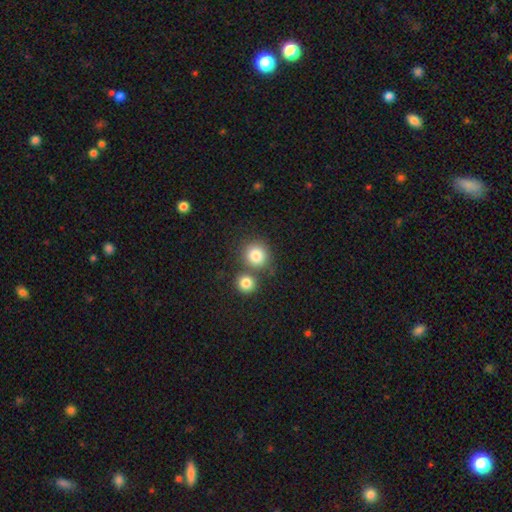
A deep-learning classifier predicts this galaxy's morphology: Smooth or featured?
  - smooth: 83% *
  - star or artifact: 10%
  - featured or disk: 7%
How rounded?
  - round: 90% *
  - in between: 9%
  - cigar-shaped: 1%
Merging?
  - none: 62% *
  - merger: 26%
  - minor disturbance: 9%
  - major disturbance: 3%